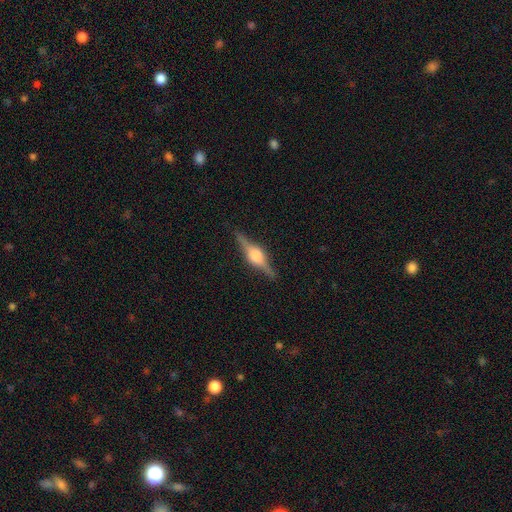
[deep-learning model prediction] smooth_or_featured: featured or disk (p=0.82) [alt: smooth p=0.12]
disk_edge_on: yes (p=0.98) [alt: no p=0.02]
edge_on_bulge: rounded (p=0.84) [alt: boxy p=0.14]
merging: none (p=0.87) [alt: minor disturbance p=0.09]